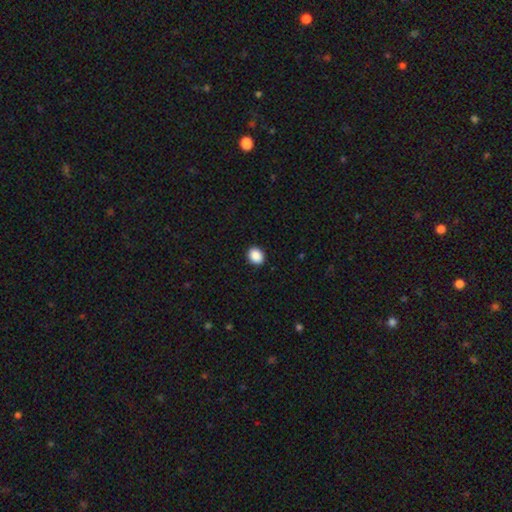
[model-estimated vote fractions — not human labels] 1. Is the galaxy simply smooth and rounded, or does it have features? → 90% smooth, 8% star or artifact, 2% featured or disk.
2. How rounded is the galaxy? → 53% round, 46% in between, 1% cigar-shaped.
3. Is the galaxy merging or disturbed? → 91% none, 6% minor disturbance, 2% major disturbance, 1% merger.